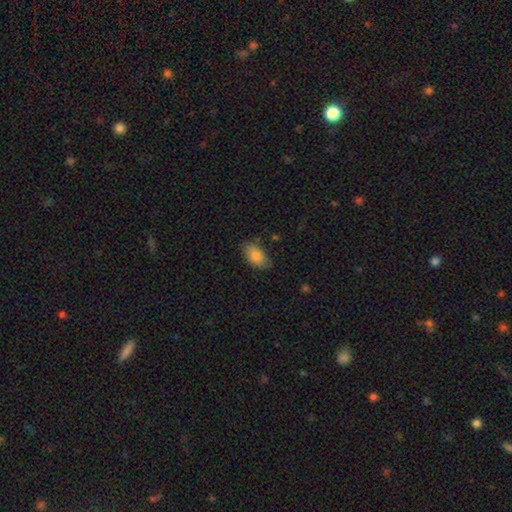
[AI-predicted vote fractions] Q: Smooth or featured?
A: smooth (85%); runner-up: featured or disk (8%)
Q: How rounded?
A: in between (93%); runner-up: round (5%)
Q: Merging?
A: none (75%); runner-up: minor disturbance (20%)